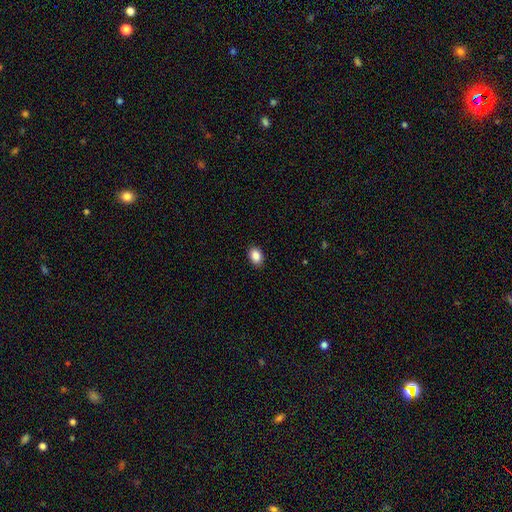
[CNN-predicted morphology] Smooth or featured? smooth (88%)
How rounded? in between (78%)
Merging? none (89%)